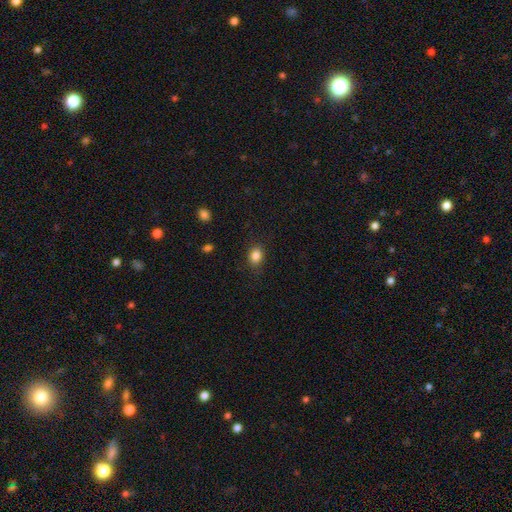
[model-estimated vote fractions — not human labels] smooth-or-featured: smooth: 84% | star or artifact: 10% | featured or disk: 5%
  how-rounded: in between: 55% | round: 44% | cigar-shaped: 1%
  merging: none: 84% | minor disturbance: 12% | major disturbance: 3% | merger: 1%